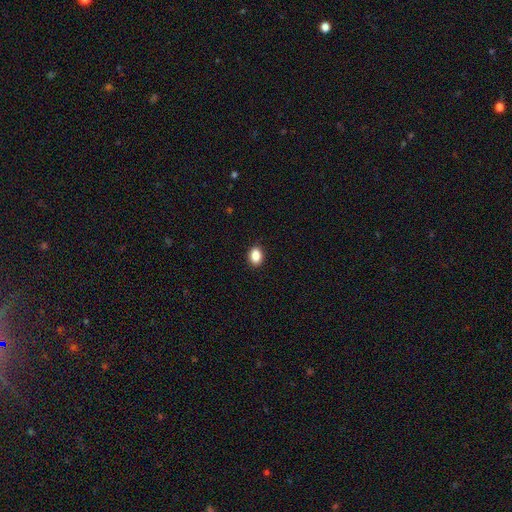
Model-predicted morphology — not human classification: type=smooth (87%); roundness=in between (74%); merging=none (90%).